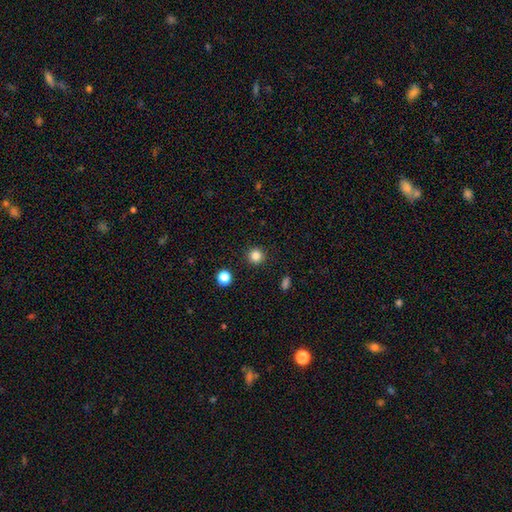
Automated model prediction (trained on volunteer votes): smooth_or_featured: smooth (p=0.83) [alt: star or artifact p=0.12]
how_rounded: round (p=0.94) [alt: in between p=0.05]
merging: none (p=0.92) [alt: minor disturbance p=0.05]